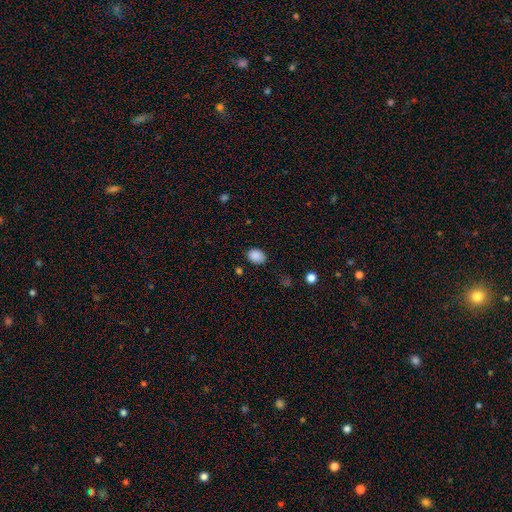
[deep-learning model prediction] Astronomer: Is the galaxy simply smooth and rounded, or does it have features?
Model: smooth — 87%.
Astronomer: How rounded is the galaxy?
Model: in between — 64%.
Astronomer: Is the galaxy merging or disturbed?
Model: none — 77%.